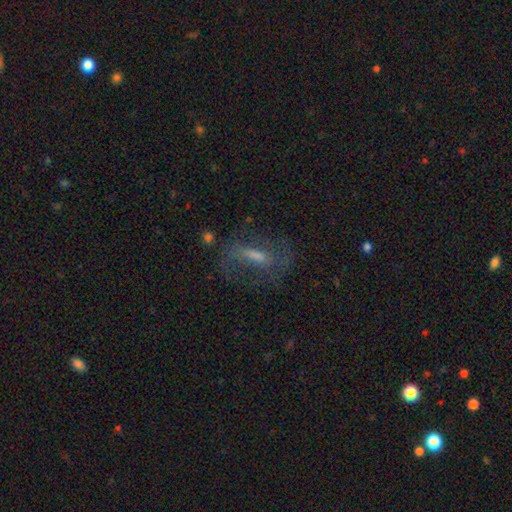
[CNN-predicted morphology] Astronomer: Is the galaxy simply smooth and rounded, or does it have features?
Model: featured or disk — 60%.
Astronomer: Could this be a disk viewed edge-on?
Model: no — 85%.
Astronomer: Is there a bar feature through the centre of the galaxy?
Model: strong — 41% (runner-up: weak, 39%).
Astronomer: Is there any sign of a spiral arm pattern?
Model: yes — 67%.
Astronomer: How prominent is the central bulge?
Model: moderate — 38% (runner-up: small, 34%).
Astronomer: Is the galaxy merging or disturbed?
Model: none — 60%.